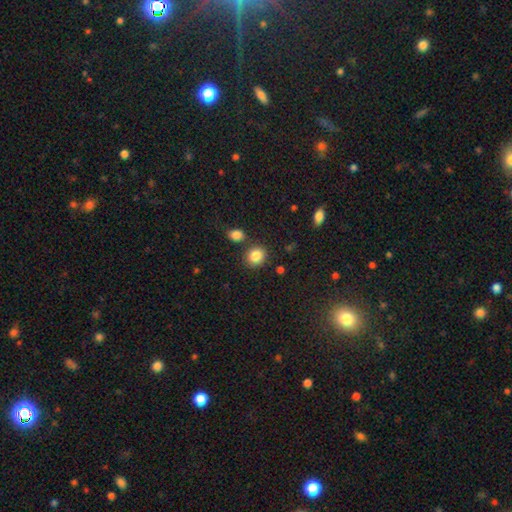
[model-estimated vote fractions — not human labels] A smooth galaxy with no disk features (86%) that is round (71%). Merging: none (78%).